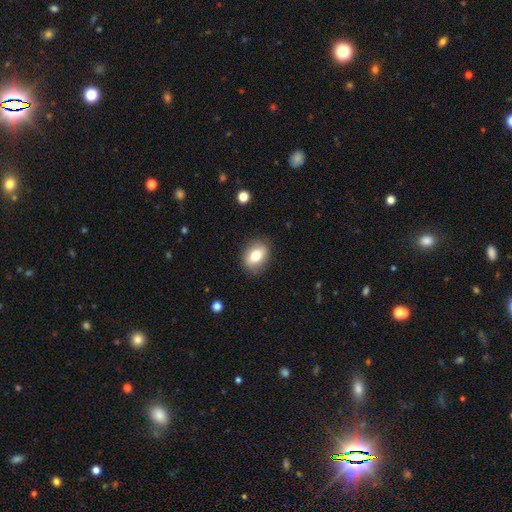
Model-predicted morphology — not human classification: This is likely a smooth galaxy (75%). How rounded: likely in between (71%). Merging: clearly none (86%).